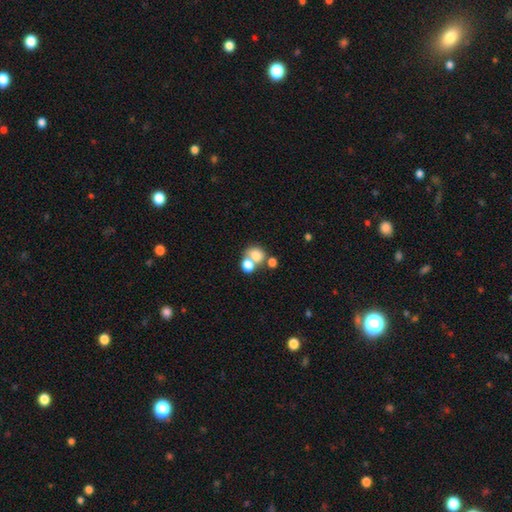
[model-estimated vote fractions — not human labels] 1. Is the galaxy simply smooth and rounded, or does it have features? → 73% smooth, 15% featured or disk, 13% star or artifact.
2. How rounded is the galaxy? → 56% round, 43% in between, 1% cigar-shaped.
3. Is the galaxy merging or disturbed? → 54% merger, 32% none, 8% minor disturbance, 6% major disturbance.